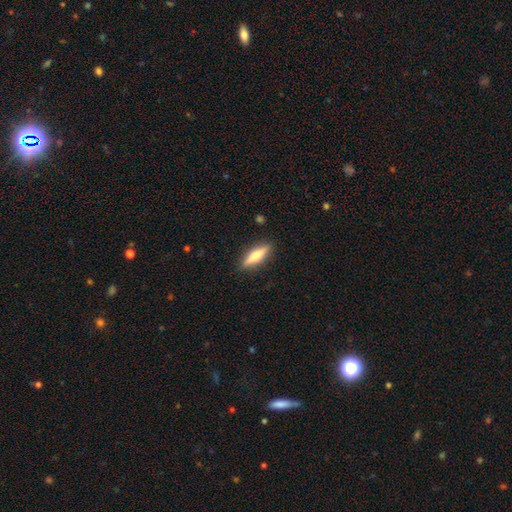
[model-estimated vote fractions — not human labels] Smooth or featured?
  - smooth: 62% *
  - featured or disk: 32%
  - star or artifact: 6%
How rounded?
  - cigar-shaped: 71% *
  - in between: 27%
  - round: 2%
Merging?
  - none: 89% *
  - minor disturbance: 8%
  - major disturbance: 2%
  - merger: 1%